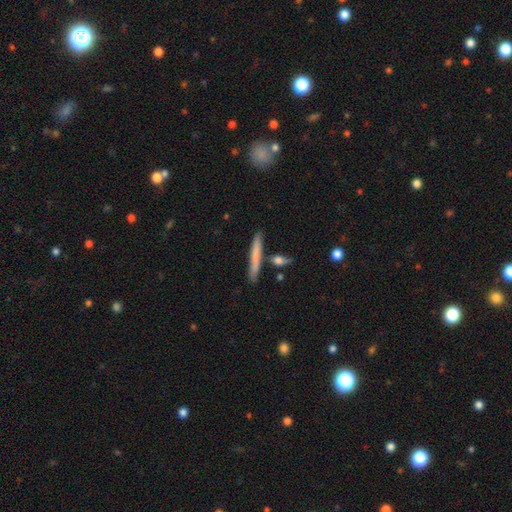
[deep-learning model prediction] The model was most divided on "smooth or featured": smooth: 66%, featured or disk: 28%, star or artifact: 6%. More confident: how rounded — cigar-shaped (95%); merging — none (82%).